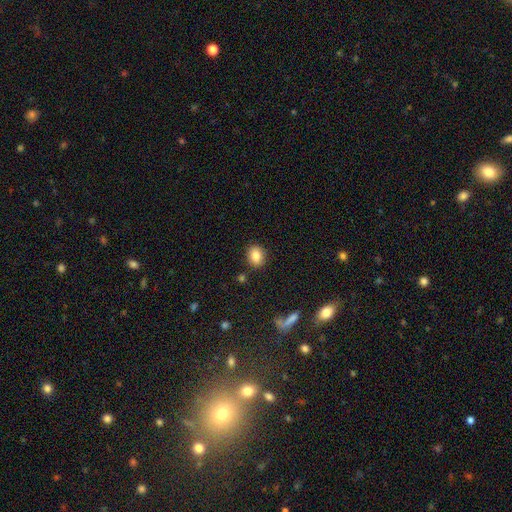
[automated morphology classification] smooth_or_featured: smooth (p=0.84) [alt: star or artifact p=0.09]
how_rounded: round (p=0.50) [alt: in between p=0.49]
merging: none (p=0.86) [alt: minor disturbance p=0.09]